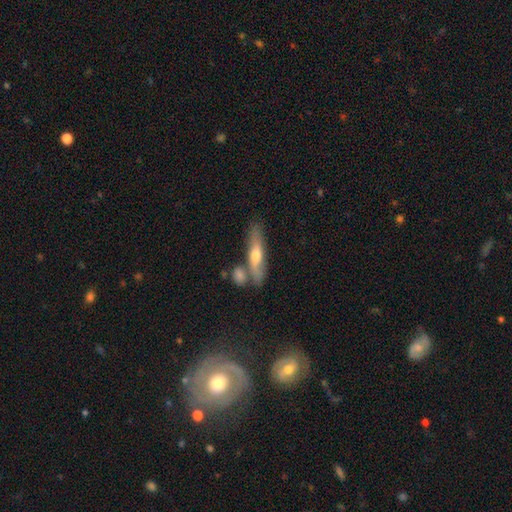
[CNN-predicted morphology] smooth_or_featured: featured or disk (p=0.48) [alt: smooth p=0.45]
merging: none (p=0.66) [alt: merger p=0.18]